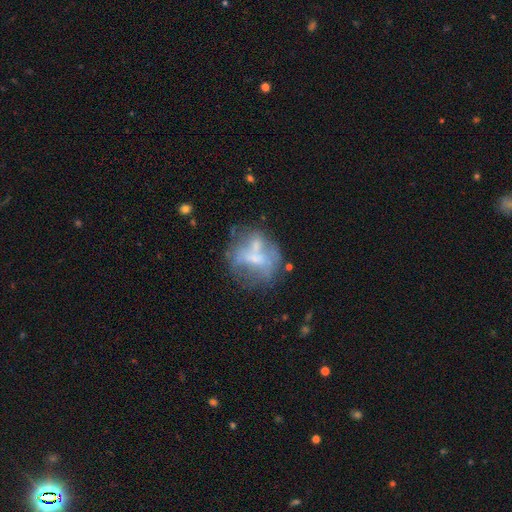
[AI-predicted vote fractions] This is possibly a featured or disk galaxy (53%). It is clearly not viewed edge-on (97%). Bar: likely no (71%). Spiral arm pattern: clearly no (85%). Central bulge: marginally small (35%). Merging: marginally none (42%).